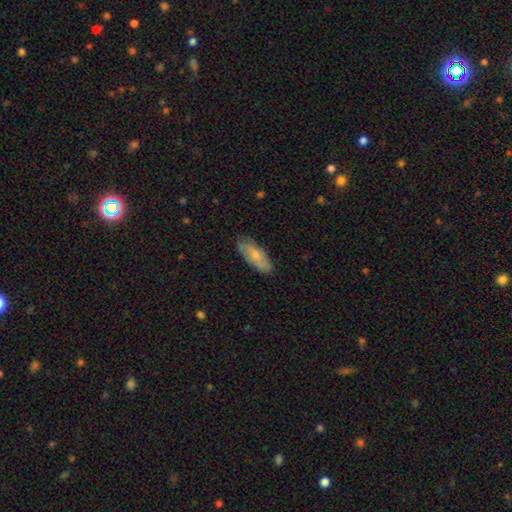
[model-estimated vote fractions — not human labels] Smooth or featured? smooth (66%)
How rounded? in between (75%)
Merging? none (80%)